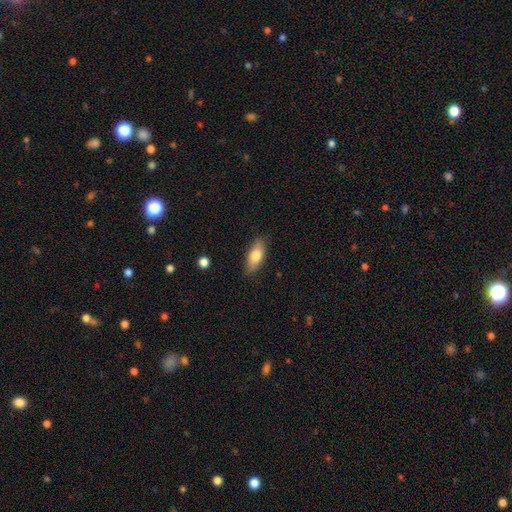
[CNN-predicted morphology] Q: Smooth or featured?
A: smooth (74%); runner-up: featured or disk (20%)
Q: How rounded?
A: in between (77%); runner-up: cigar-shaped (20%)
Q: Merging?
A: none (85%); runner-up: minor disturbance (12%)